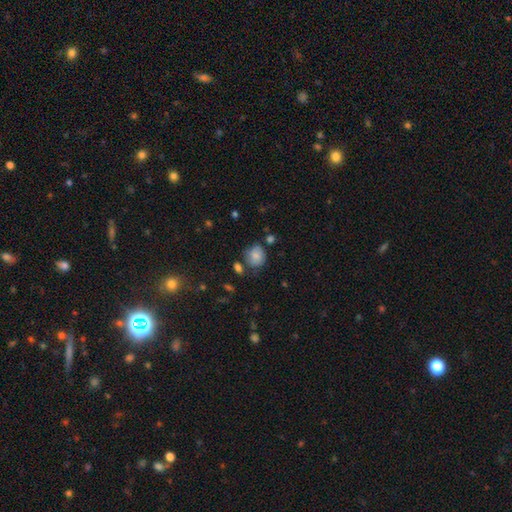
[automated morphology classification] Smooth or featured? smooth (77%)
How rounded? round (72%)
Merging? none (63%)